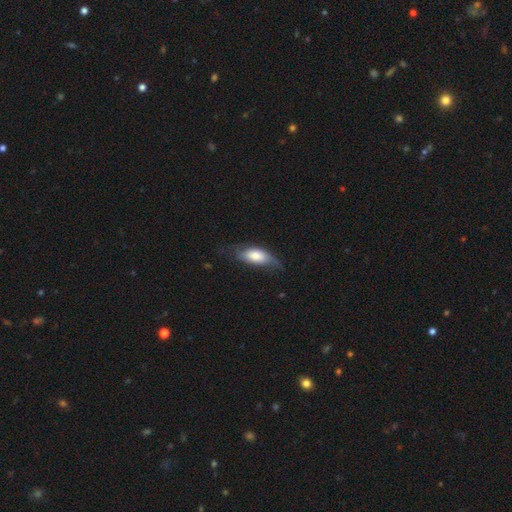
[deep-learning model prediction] Smooth or featured?
  - smooth: 64% *
  - featured or disk: 29%
  - star or artifact: 6%
How rounded?
  - in between: 83% *
  - cigar-shaped: 14%
  - round: 3%
Merging?
  - none: 52% *
  - minor disturbance: 33%
  - major disturbance: 14%
  - merger: 2%